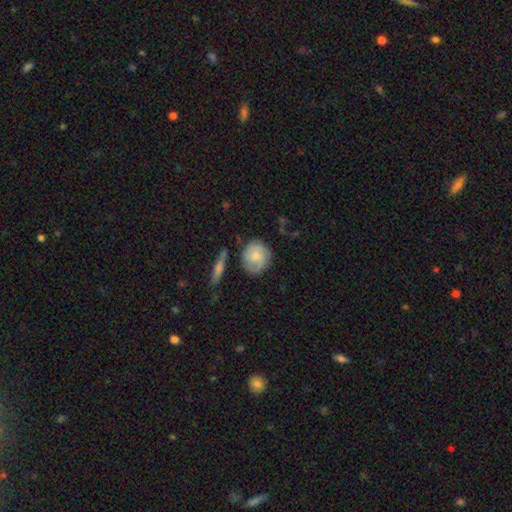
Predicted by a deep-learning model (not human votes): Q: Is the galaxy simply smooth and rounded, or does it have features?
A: featured or disk — 54%.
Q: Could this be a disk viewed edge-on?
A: no — 96%.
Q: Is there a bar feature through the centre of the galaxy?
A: no — 73%.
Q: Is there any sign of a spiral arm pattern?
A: yes — 87%.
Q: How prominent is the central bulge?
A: small — 50%.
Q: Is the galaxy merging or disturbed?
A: none — 72%.